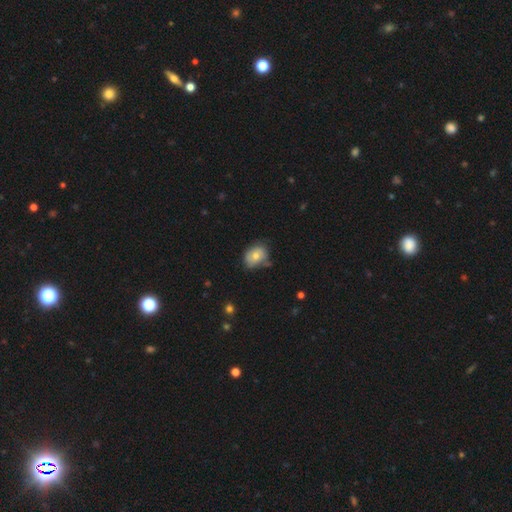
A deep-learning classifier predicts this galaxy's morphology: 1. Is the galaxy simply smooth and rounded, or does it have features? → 68% smooth, 24% featured or disk, 8% star or artifact.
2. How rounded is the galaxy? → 60% in between, 39% round, 1% cigar-shaped.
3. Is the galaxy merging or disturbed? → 56% none, 32% minor disturbance, 7% major disturbance, 4% merger.